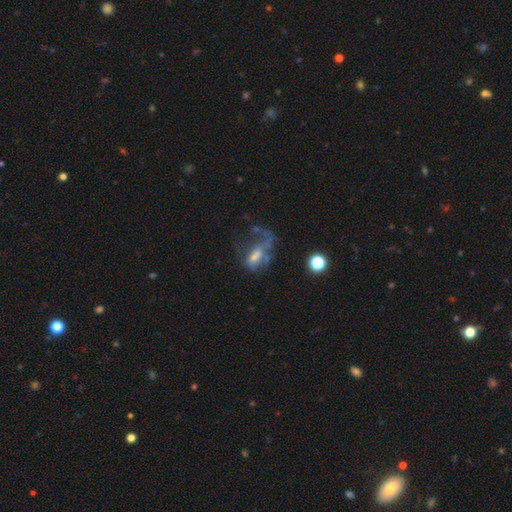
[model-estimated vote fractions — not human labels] Smooth or featured?
  - featured or disk: 53% *
  - smooth: 31%
  - star or artifact: 16%
Edge-on disk?
  - no: 91% *
  - yes: 9%
Merging?
  - major disturbance: 51% *
  - none: 25%
  - minor disturbance: 15%
  - merger: 9%